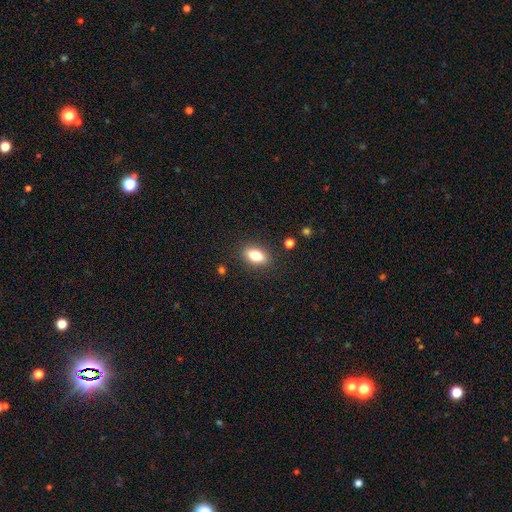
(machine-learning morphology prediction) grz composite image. It shows a smooth galaxy with no disk features (81%) that is in between round and cigar-shaped (86%). Merging: none (87%).